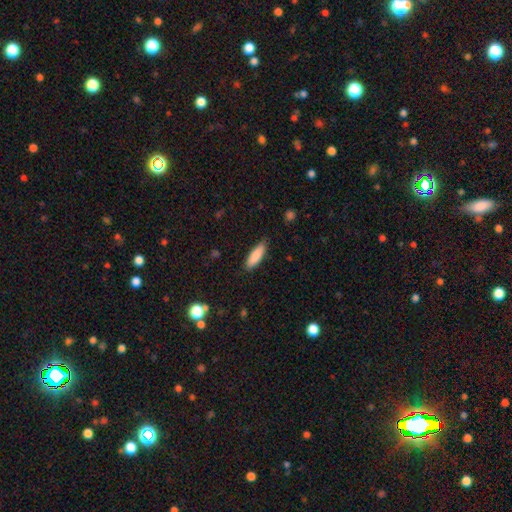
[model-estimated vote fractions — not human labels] A smooth galaxy with no disk features (87%) that is cigar-shaped (50%). Merging: none (85%).